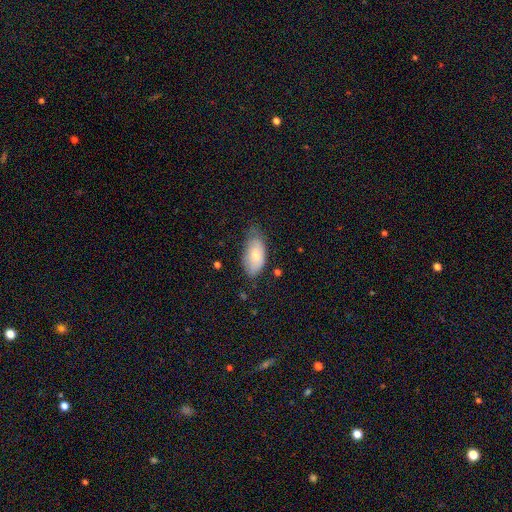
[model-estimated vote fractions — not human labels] A smooth galaxy with no disk features (75%) that is in between round and cigar-shaped (94%).

Vote fractions:
- Smooth or featured? smooth: 75% / featured or disk: 18% / star or artifact: 6%
- How rounded? in between: 94% / cigar-shaped: 3% / round: 3%
- Merging? none: 49% / minor disturbance: 39% / major disturbance: 10% / merger: 2%